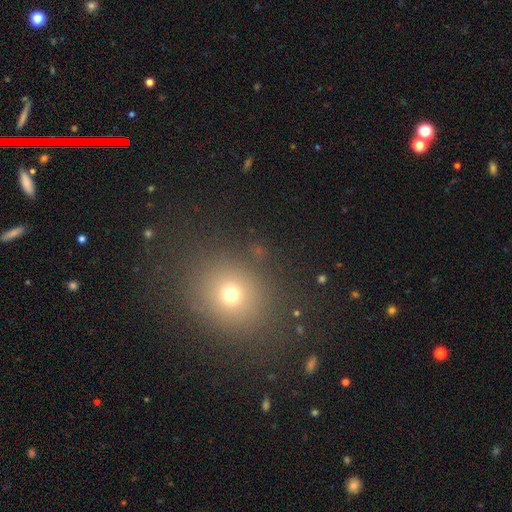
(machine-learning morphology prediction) smooth_or_featured: smooth (p=0.65) [alt: star or artifact p=0.25]
how_rounded: round (p=0.71) [alt: in between p=0.27]
merging: none (p=0.83) [alt: minor disturbance p=0.09]